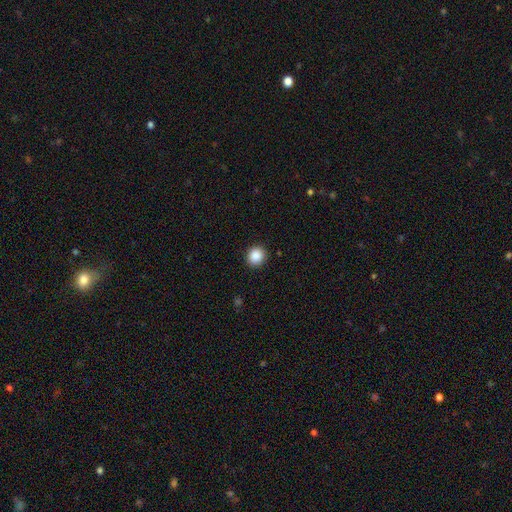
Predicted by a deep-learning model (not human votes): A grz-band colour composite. It shows a smooth galaxy with no disk features (88%) that is round (85%). Merging: none (91%).